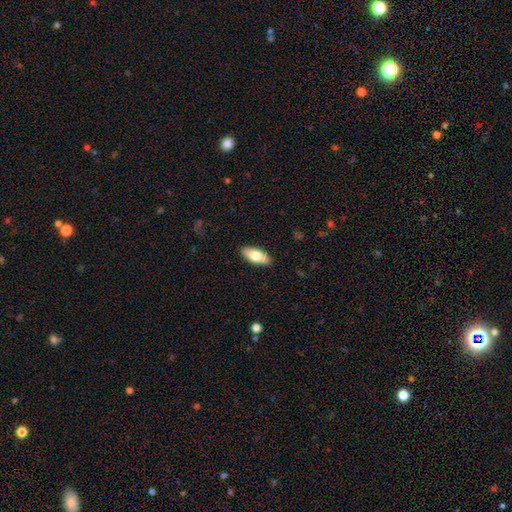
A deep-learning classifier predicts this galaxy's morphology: Smooth or featured? smooth (75%)
How rounded? in between (82%)
Merging? none (89%)